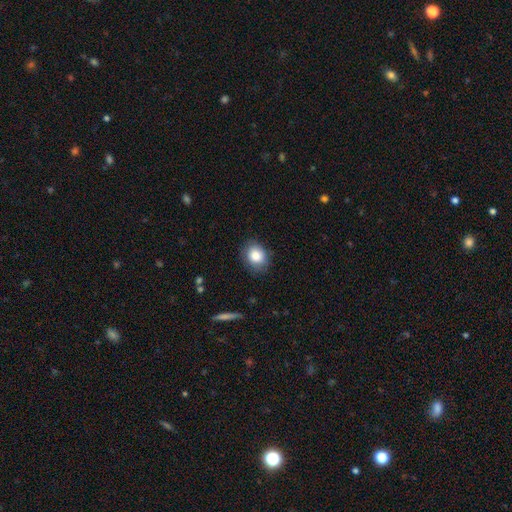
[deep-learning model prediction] Morphology: type=smooth (84%); roundness=round (58%); merging=none (81%).